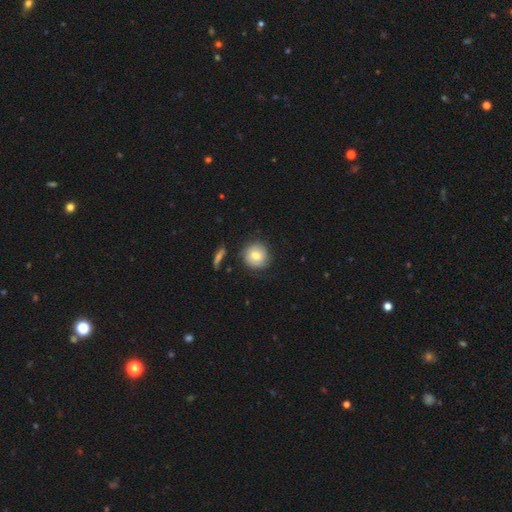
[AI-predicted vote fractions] Morphology: type=smooth (76%); roundness=round (90%); merging=none (79%).